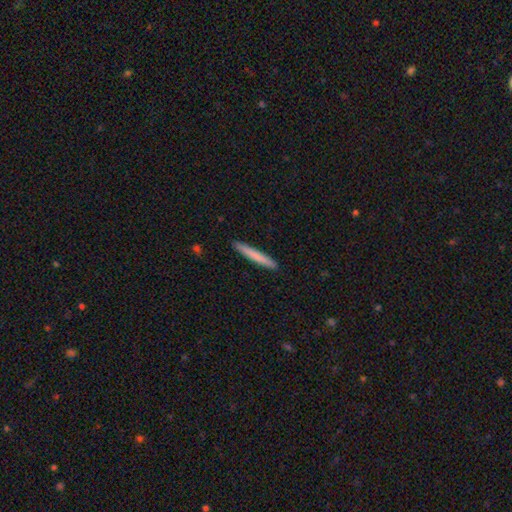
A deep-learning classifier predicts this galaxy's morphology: This is likely a smooth galaxy (77%). How rounded: clearly cigar-shaped (96%). Merging: clearly none (92%).